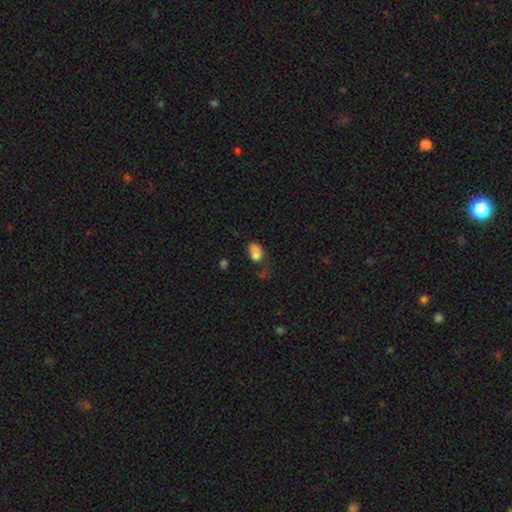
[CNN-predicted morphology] smooth_or_featured: smooth (p=0.70) [alt: featured or disk p=0.18]
how_rounded: in between (p=0.61) [alt: round p=0.38]
merging: merger (p=0.42) [alt: none p=0.27]